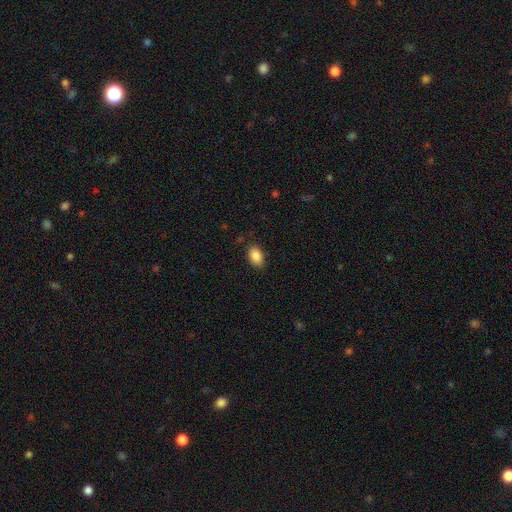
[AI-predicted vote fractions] A smooth galaxy with no disk features (88%) that is in between round and cigar-shaped (89%).

Vote fractions:
- Smooth or featured? smooth: 88% / star or artifact: 8% / featured or disk: 4%
- How rounded? in between: 89% / round: 9% / cigar-shaped: 1%
- Merging? none: 84% / minor disturbance: 12% / major disturbance: 3% / merger: 1%